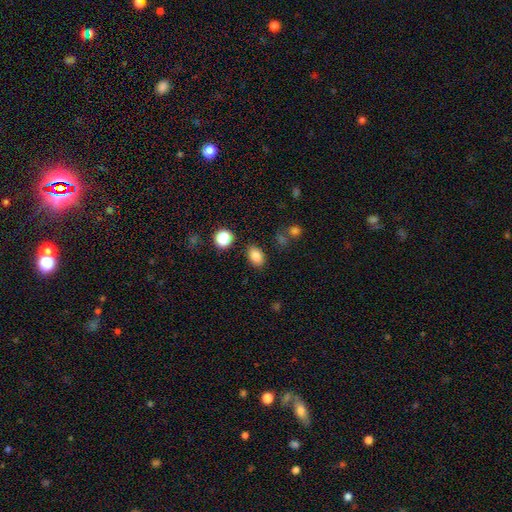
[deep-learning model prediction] The model was most divided on "how rounded": in between: 80%, round: 19%, cigar-shaped: 1%. More confident: merging — none (84%); smooth or featured — smooth (83%).